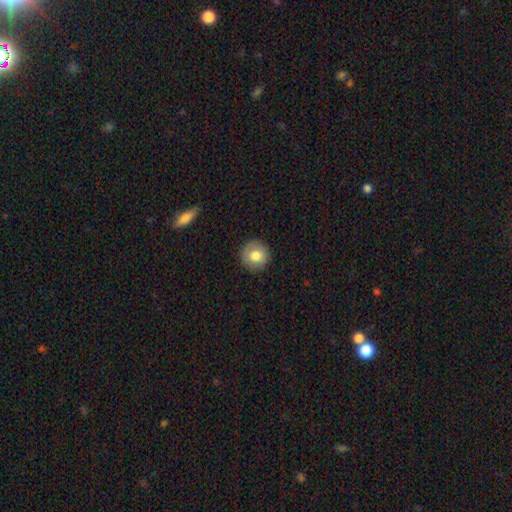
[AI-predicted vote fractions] Smooth or featured? smooth (80%)
How rounded? round (94%)
Merging? none (90%)